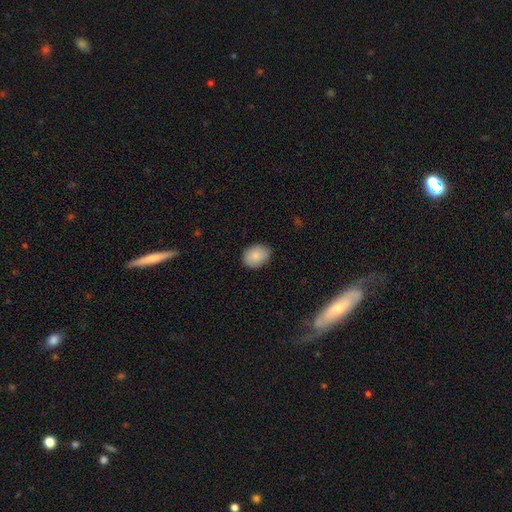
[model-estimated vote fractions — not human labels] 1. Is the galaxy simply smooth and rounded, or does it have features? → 88% smooth, 7% star or artifact, 6% featured or disk.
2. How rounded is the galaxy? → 71% in between, 28% round, 1% cigar-shaped.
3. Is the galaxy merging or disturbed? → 82% none, 14% minor disturbance, 3% major disturbance, 1% merger.